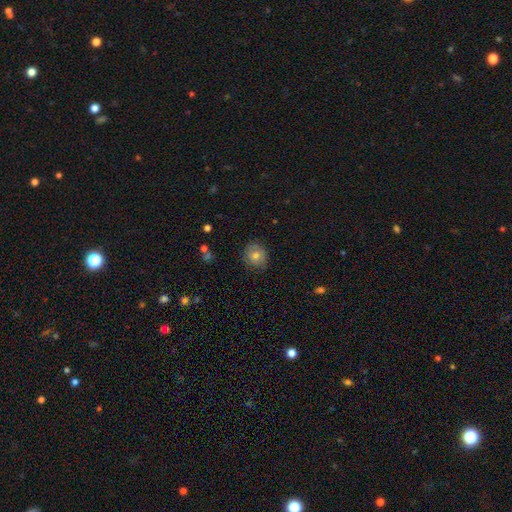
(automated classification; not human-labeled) Smooth or featured?
  - smooth: 72% *
  - featured or disk: 17%
  - star or artifact: 11%
How rounded?
  - round: 77% *
  - in between: 22%
  - cigar-shaped: 1%
Merging?
  - none: 84% *
  - minor disturbance: 13%
  - major disturbance: 3%
  - merger: 1%